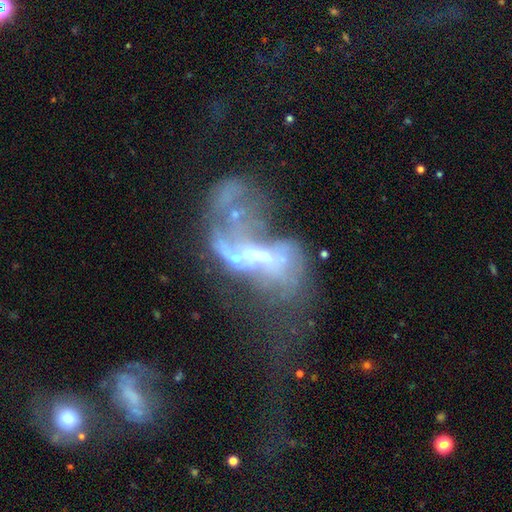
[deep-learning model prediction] smooth-or-featured: featured or disk: 72% | star or artifact: 15% | smooth: 13%
  disk-edge-on: no: 95% | yes: 5%
    bar: no: 56% | weak: 28% | strong: 16%
    has-spiral-arms: no: 57% | yes: 43%
    bulge-size: moderate: 40% | small: 32% | none: 20% | large: 6% | dominant: 2%
  merging: merger: 47% | major disturbance: 35% | none: 11% | minor disturbance: 7%